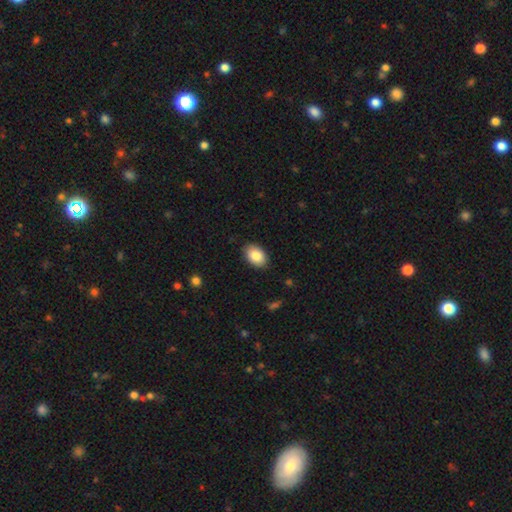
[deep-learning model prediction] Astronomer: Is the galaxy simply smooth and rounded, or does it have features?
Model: smooth — 87%.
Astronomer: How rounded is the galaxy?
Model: in between — 88%.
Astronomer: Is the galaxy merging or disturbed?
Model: none — 88%.